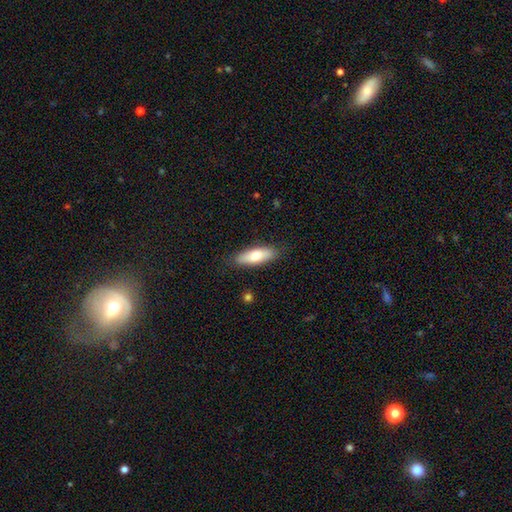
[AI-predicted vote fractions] A smooth galaxy with no disk features (72%) that is in between round and cigar-shaped (60%).

Vote fractions:
- Smooth or featured? smooth: 72% / featured or disk: 22% / star or artifact: 6%
- How rounded? in between: 60% / cigar-shaped: 38% / round: 2%
- Merging? none: 85% / minor disturbance: 11% / major disturbance: 2% / merger: 1%